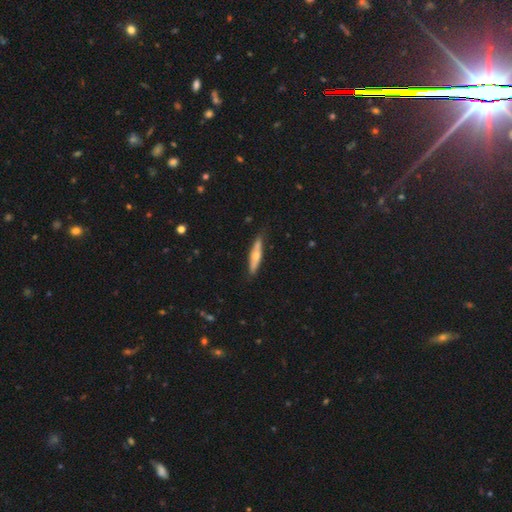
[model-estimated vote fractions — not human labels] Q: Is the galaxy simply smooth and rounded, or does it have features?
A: featured or disk — 51%.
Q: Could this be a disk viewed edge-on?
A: yes — 86%.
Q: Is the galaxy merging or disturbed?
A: none — 83%.